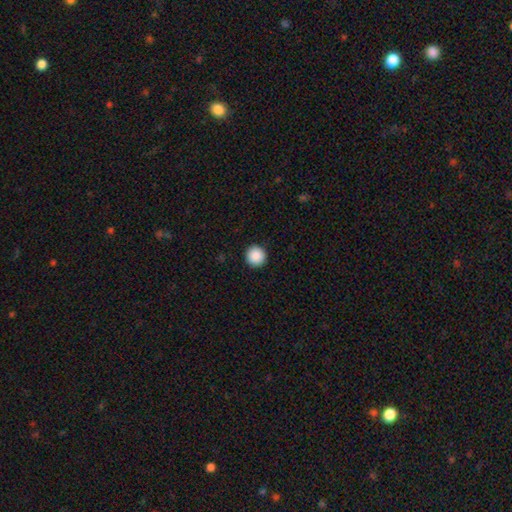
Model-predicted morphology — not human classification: A smooth galaxy with no disk features (89%) that is round (96%).

Vote fractions:
- Smooth or featured? smooth: 89% / star or artifact: 8% / featured or disk: 3%
- How rounded? round: 96% / in between: 3% / cigar-shaped: 1%
- Merging? none: 93% / minor disturbance: 4% / major disturbance: 2% / merger: 1%